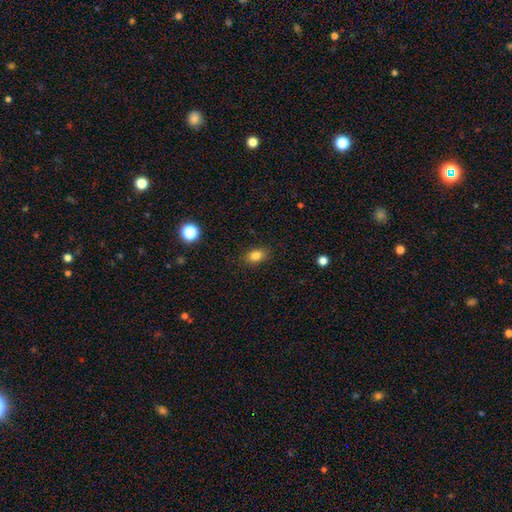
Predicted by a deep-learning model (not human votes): Smooth or featured? smooth (83%)
How rounded? in between (73%)
Merging? none (87%)